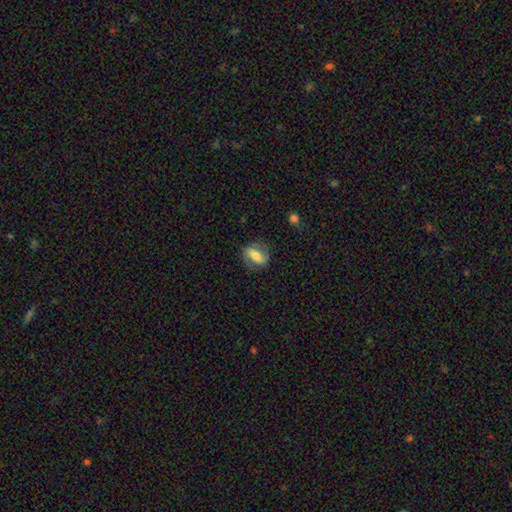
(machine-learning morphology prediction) Smooth or featured? Predicted: featured or disk (p=0.52). Edge-on disk? Predicted: no (p=0.88). Merging? Predicted: none (p=0.76).